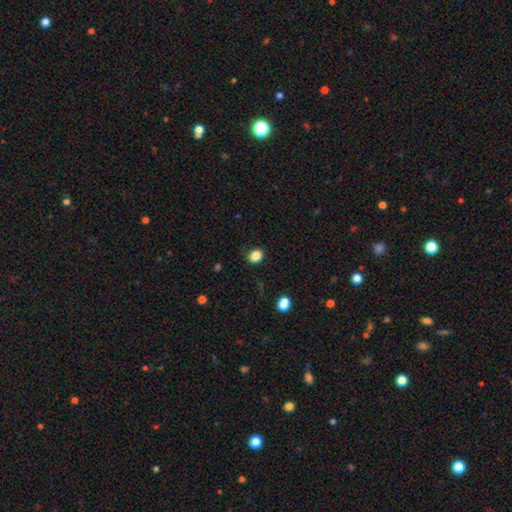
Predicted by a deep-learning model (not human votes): Overall: smooth (85%). How rounded: round (53%; in between 46%). Merging: none (83%).